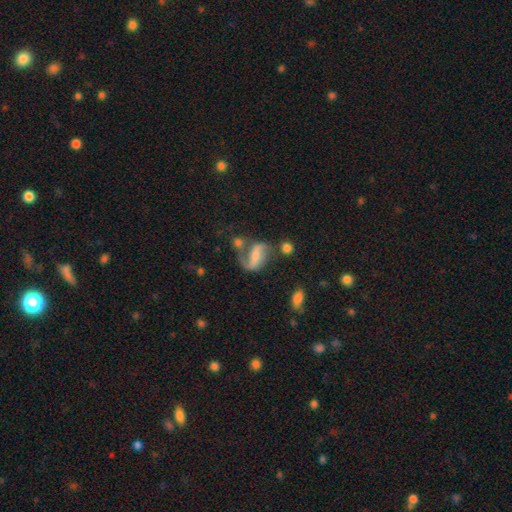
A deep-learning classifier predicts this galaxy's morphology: Smooth or featured?
  - featured or disk: 66% *
  - smooth: 26%
  - star or artifact: 9%
Edge-on disk?
  - no: 95% *
  - yes: 5%
Bar?
  - strong: 45% *
  - weak: 33%
  - no: 22%
Spiral arms?
  - yes: 84% *
  - no: 16%
Spiral winding?
  - loose: 58% *
  - medium: 32%
  - tight: 10%
Spiral arm count?
  - 2: 72% *
  - 1: 20%
  - can't tell: 5%
  - 3: 1%
  - 4: 1%
  - more than 4: 1%
Bulge size?
  - small: 39% *
  - moderate: 30%
  - none: 22%
  - large: 7%
  - dominant: 2%
Merging?
  - none: 40% *
  - major disturbance: 23%
  - minor disturbance: 19%
  - merger: 19%